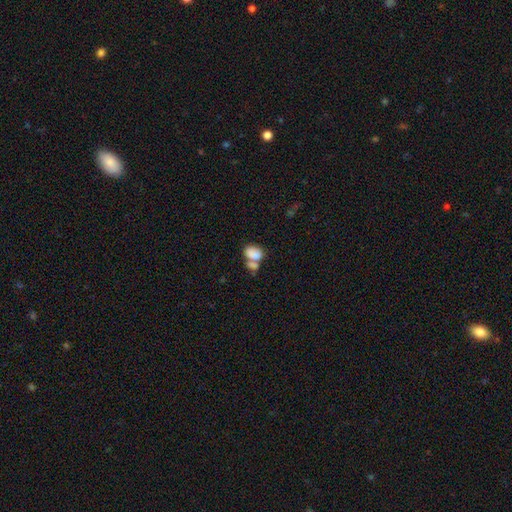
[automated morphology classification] Smooth or featured: smooth — 72% (featured or disk — 19%)
How rounded: in between — 73% (round — 25%)
Merging: merger — 60% (none — 23%)